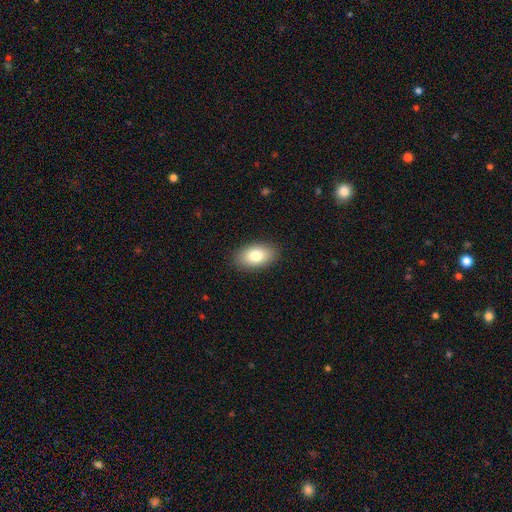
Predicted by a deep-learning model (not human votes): smooth_or_featured: smooth (p=0.81) [alt: featured or disk p=0.12]
how_rounded: in between (p=0.92) [alt: round p=0.06]
merging: none (p=0.88) [alt: minor disturbance p=0.09]